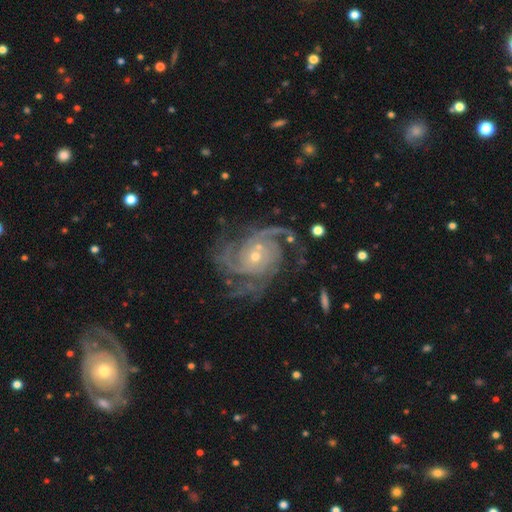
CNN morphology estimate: Smooth or featured? Predicted: featured or disk (p=0.92). Edge-on disk? Predicted: no (p=0.98). Bar? Predicted: no (p=0.74). Spiral arms? Predicted: yes (p=0.98). Spiral winding? Predicted: tight (p=0.53). Spiral arm count? Predicted: 3 (p=0.32). Bulge size? Predicted: small (p=0.64). Merging? Predicted: none (p=0.64).